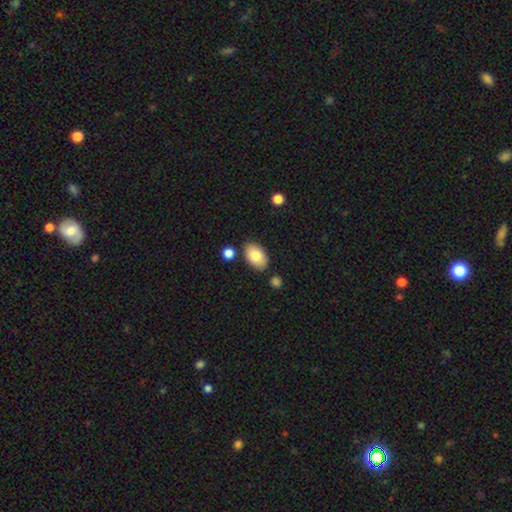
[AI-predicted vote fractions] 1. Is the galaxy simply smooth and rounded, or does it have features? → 81% smooth, 12% featured or disk, 7% star or artifact.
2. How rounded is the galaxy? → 93% in between, 6% round, 1% cigar-shaped.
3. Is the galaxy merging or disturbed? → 82% none, 11% minor disturbance, 4% merger, 2% major disturbance.